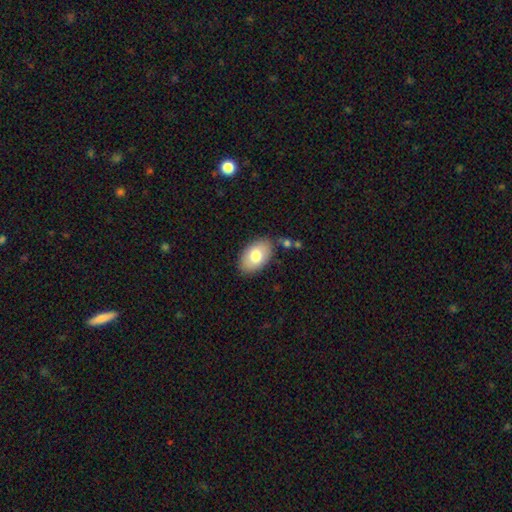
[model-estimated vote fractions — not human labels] A smooth galaxy with no disk features (77%) that is in between round and cigar-shaped (93%). Merging: none (81%).